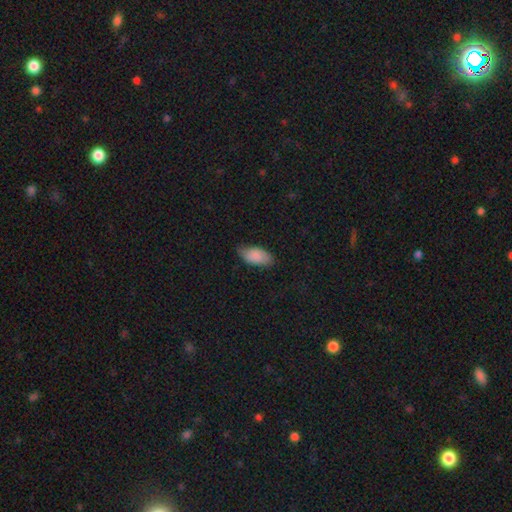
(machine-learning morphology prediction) This appears to be a smooth galaxy with no disk features (85%) that is in between round and cigar-shaped (94%). Merging: none (69%).